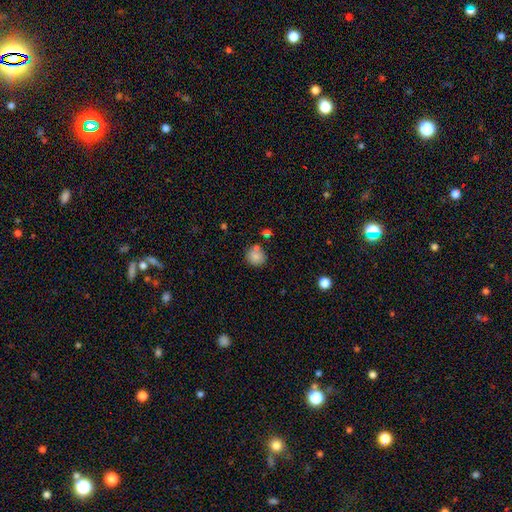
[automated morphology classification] smooth-or-featured: smooth: 81% | featured or disk: 10% | star or artifact: 9%
  how-rounded: round: 84% | in between: 15% | cigar-shaped: 1%
  merging: none: 66% | minor disturbance: 16% | merger: 14% | major disturbance: 4%